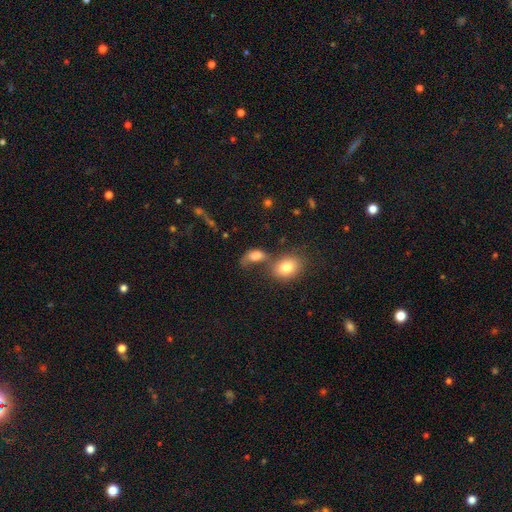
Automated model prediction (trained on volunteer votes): smooth_or_featured: smooth (p=0.74) [alt: featured or disk p=0.15]
how_rounded: in between (p=0.82) [alt: round p=0.16]
merging: merger (p=0.39) [alt: none p=0.27]